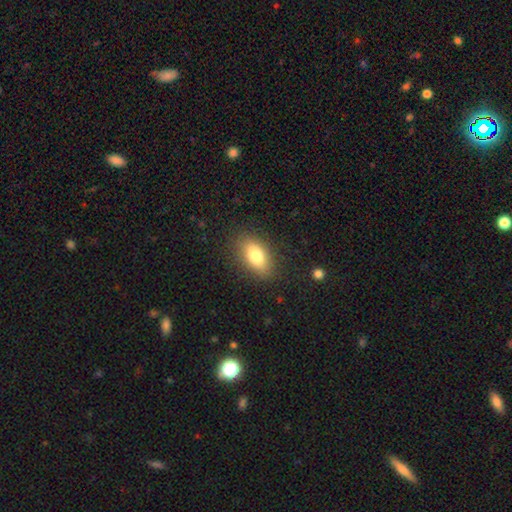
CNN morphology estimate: smooth-or-featured: smooth: 79% | featured or disk: 12% | star or artifact: 8%
  how-rounded: in between: 87% | round: 8% | cigar-shaped: 5%
  merging: none: 85% | minor disturbance: 10% | major disturbance: 3% | merger: 1%